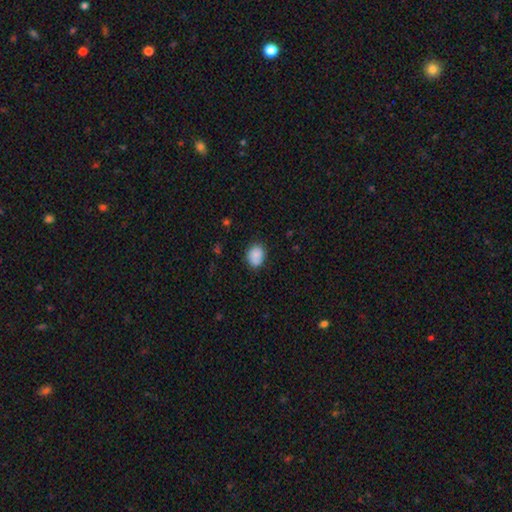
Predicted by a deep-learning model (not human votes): smooth 86%, star or artifact 8%, featured or disk 6%. Down the decision tree: how rounded — in between (58%); merging — none (77%).